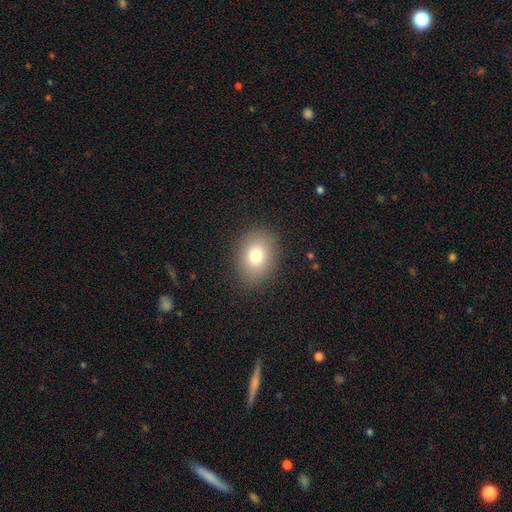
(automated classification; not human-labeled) Smooth or featured? smooth (79%)
How rounded? in between (63%)
Merging? none (87%)